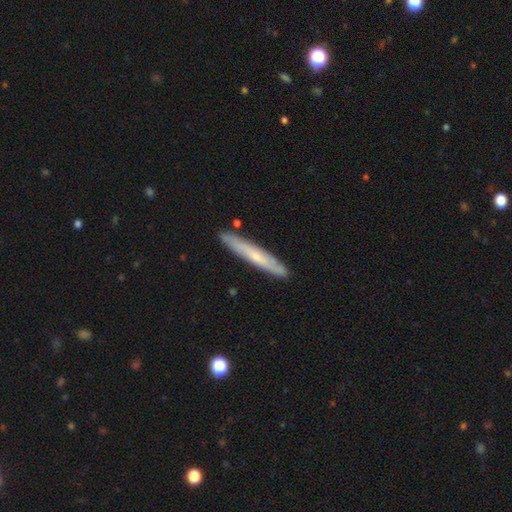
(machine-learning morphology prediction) type=smooth (48%); merging=none (88%).